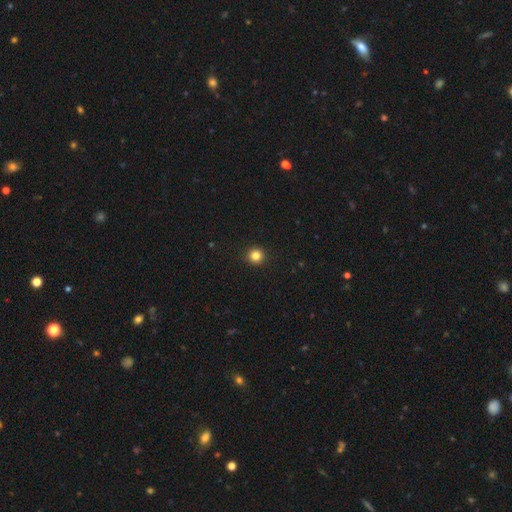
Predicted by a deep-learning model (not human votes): smooth-or-featured: smooth: 83% | star or artifact: 13% | featured or disk: 4%
  how-rounded: round: 95% | in between: 4% | cigar-shaped: 1%
  merging: none: 94% | minor disturbance: 4% | major disturbance: 1% | merger: 1%